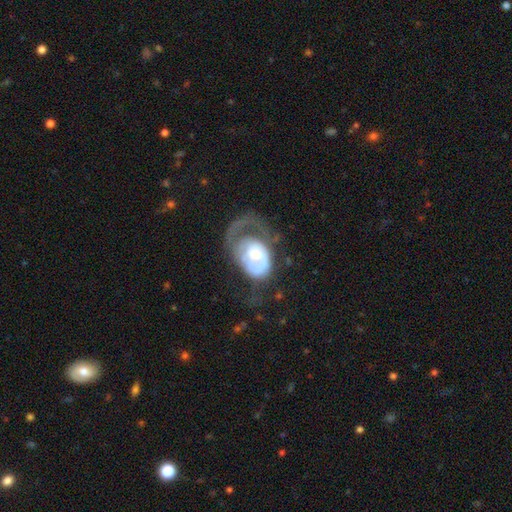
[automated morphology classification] featured or disk 62%, smooth 31%, star or artifact 6%. Down the decision tree: edge-on disk — no (96%); bar — no (78%); spiral arms — yes (58%); bulge size — moderate (48%); merging — major disturbance (59%).